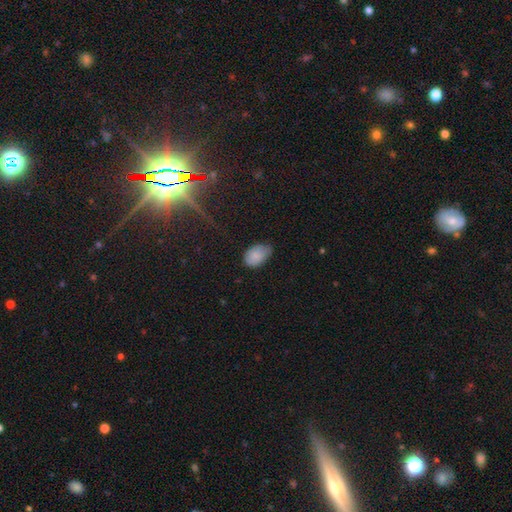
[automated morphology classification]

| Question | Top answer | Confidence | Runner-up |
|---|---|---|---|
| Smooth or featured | smooth | 83% | featured or disk (9%) |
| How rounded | in between | 91% | round (8%) |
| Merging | none | 57% | minor disturbance (36%) |